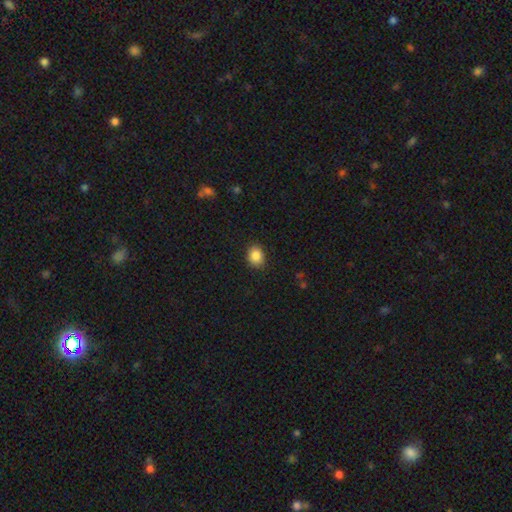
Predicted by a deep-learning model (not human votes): smooth_or_featured: smooth (p=0.87) [alt: star or artifact p=0.09]
how_rounded: in between (p=0.52) [alt: round p=0.47]
merging: none (p=0.87) [alt: minor disturbance p=0.10]